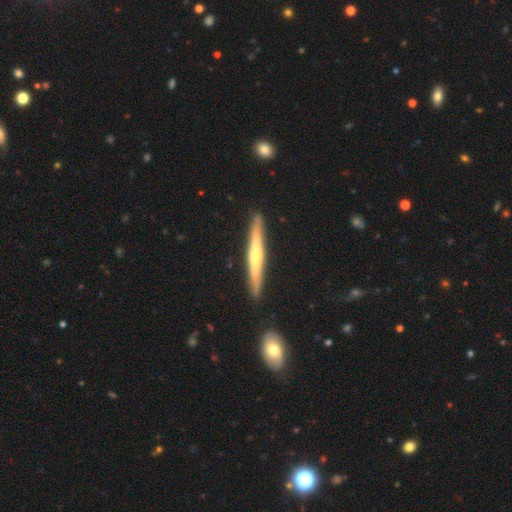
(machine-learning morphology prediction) A featured or disk galaxy (62%) viewed edge-on (96%) with a rounded central bulge (58%).

Vote fractions:
- Smooth or featured? featured or disk: 62% / smooth: 32% / star or artifact: 5%
- Edge-on disk? yes: 96% / no: 4%
- Edge-on bulge? rounded: 58% / none: 34% / boxy: 8%
- Merging? none: 89% / minor disturbance: 8% / merger: 2% / major disturbance: 1%